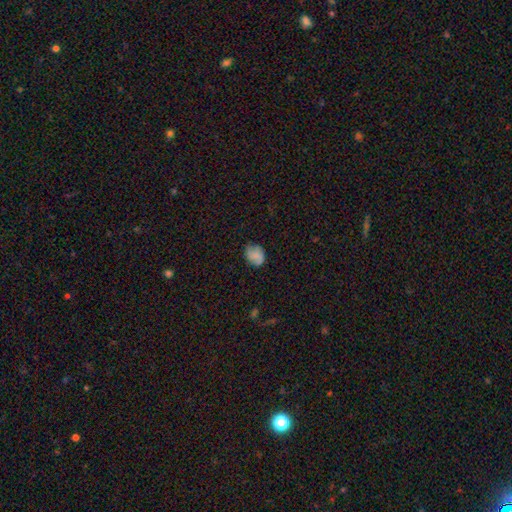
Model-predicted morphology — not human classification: Smooth or featured? Predicted: smooth (p=0.67). How rounded? Predicted: round (p=0.55). Merging? Predicted: none (p=0.73).